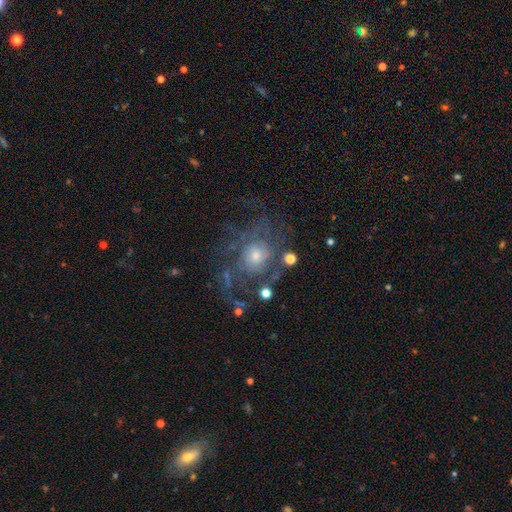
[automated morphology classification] This appears to be a featured or disk galaxy (74%) with no bar (82%), tight (42%) spiral arms (77%) and a small central bulge (47%). Merging: none (59%).